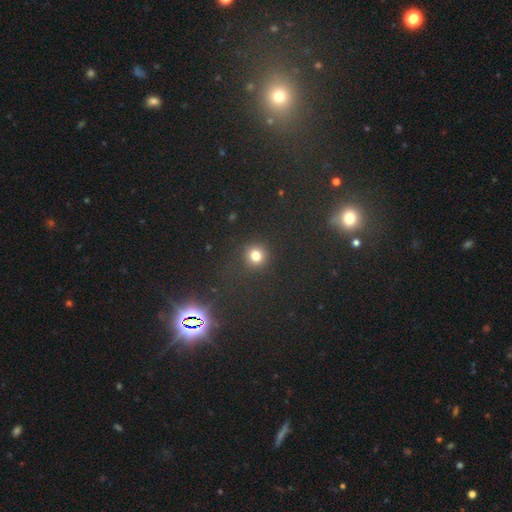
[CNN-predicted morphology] A smooth galaxy with no disk features (78%) that is round (93%).

Vote fractions:
- Smooth or featured? smooth: 78% / star or artifact: 17% / featured or disk: 5%
- How rounded? round: 93% / in between: 6% / cigar-shaped: 1%
- Merging? none: 89% / minor disturbance: 6% / major disturbance: 3% / merger: 2%